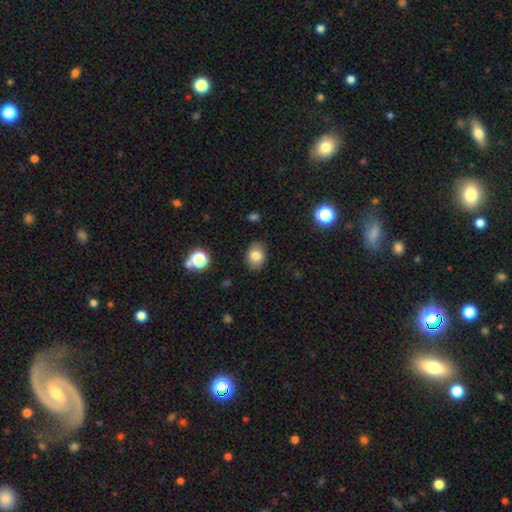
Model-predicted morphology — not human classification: Smooth or featured?
  - smooth: 80% *
  - star or artifact: 11%
  - featured or disk: 9%
How rounded?
  - in between: 57% *
  - round: 42%
  - cigar-shaped: 1%
Merging?
  - none: 87% *
  - minor disturbance: 10%
  - major disturbance: 2%
  - merger: 1%